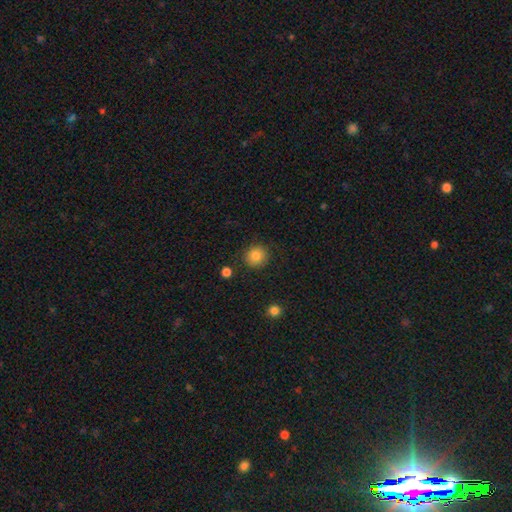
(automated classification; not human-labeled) Smooth or featured? Predicted: smooth (p=0.85). How rounded? Predicted: round (p=0.90). Merging? Predicted: none (p=0.87).